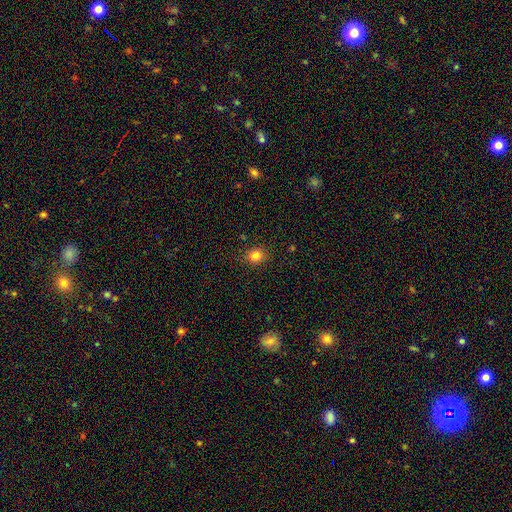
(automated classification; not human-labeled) Q: Smooth or featured?
A: smooth (82%); runner-up: star or artifact (12%)
Q: How rounded?
A: round (74%); runner-up: in between (26%)
Q: Merging?
A: none (88%); runner-up: minor disturbance (8%)